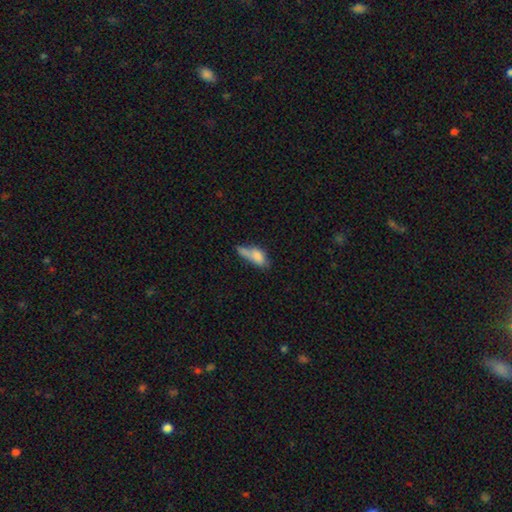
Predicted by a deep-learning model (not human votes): Overall: smooth (74%). How rounded: in between (75%). Merging: merger (33%; none 24%).